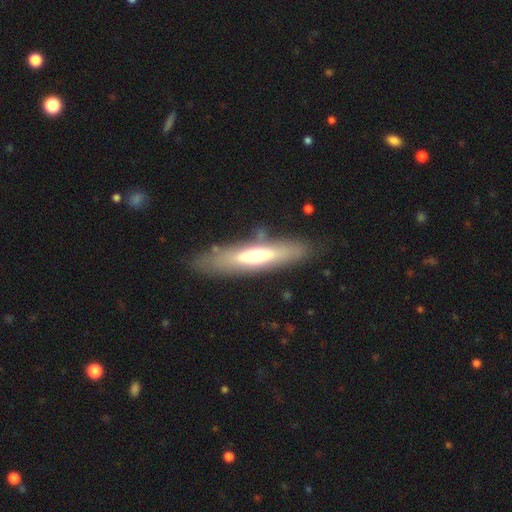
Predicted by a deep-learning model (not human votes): Smooth or featured?
  - featured or disk: 52% *
  - smooth: 42%
  - star or artifact: 6%
Edge-on disk?
  - yes: 65% *
  - no: 35%
Merging?
  - none: 79% *
  - minor disturbance: 13%
  - major disturbance: 5%
  - merger: 3%